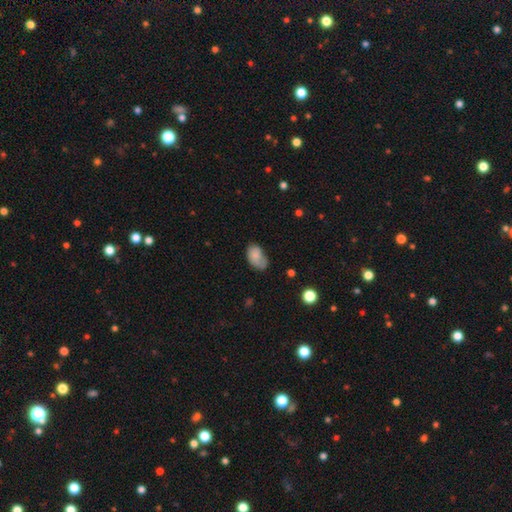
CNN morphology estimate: smooth-or-featured: smooth: 76% | featured or disk: 15% | star or artifact: 8%
  how-rounded: in between: 90% | round: 9% | cigar-shaped: 1%
  merging: none: 42% | minor disturbance: 33% | major disturbance: 19% | merger: 6%